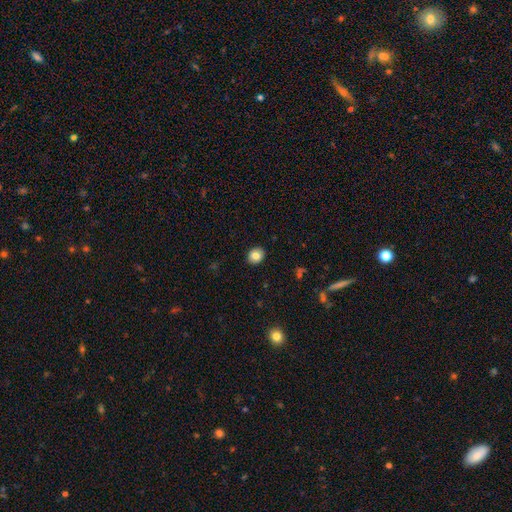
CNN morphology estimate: type=smooth (82%); roundness=round (65%); merging=none (91%).